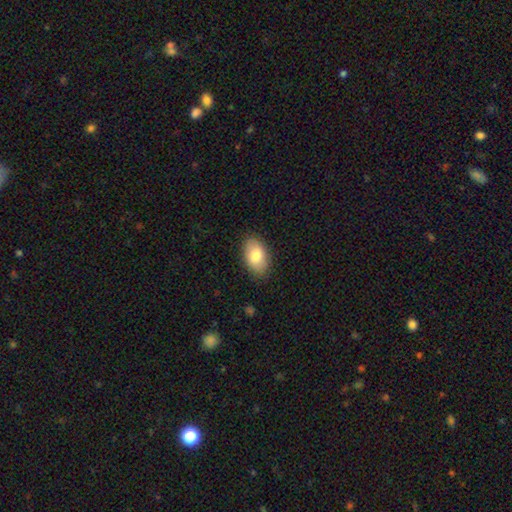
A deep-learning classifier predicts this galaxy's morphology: Smooth or featured?
  - smooth: 81% *
  - featured or disk: 13%
  - star or artifact: 7%
How rounded?
  - in between: 91% *
  - round: 7%
  - cigar-shaped: 1%
Merging?
  - none: 86% *
  - minor disturbance: 10%
  - major disturbance: 2%
  - merger: 1%